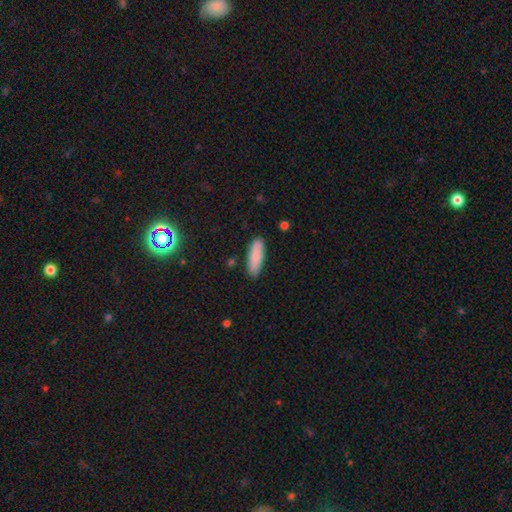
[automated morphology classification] Smooth or featured: smooth — 86% (featured or disk — 8%)
How rounded: in between — 50% (cigar-shaped — 48%)
Merging: none — 86% (minor disturbance — 10%)